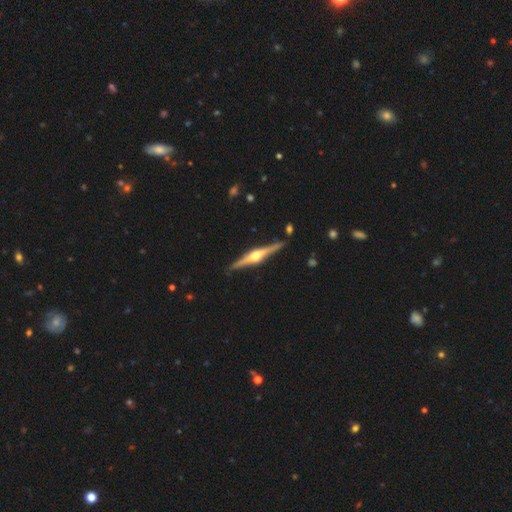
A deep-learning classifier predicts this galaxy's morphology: smooth-or-featured: featured or disk: 82% | smooth: 14% | star or artifact: 5%
  disk-edge-on: yes: 98% | no: 2%
    edge-on-bulge: rounded: 92% | boxy: 5% | none: 2%
  merging: none: 88% | minor disturbance: 9% | merger: 2% | major disturbance: 2%